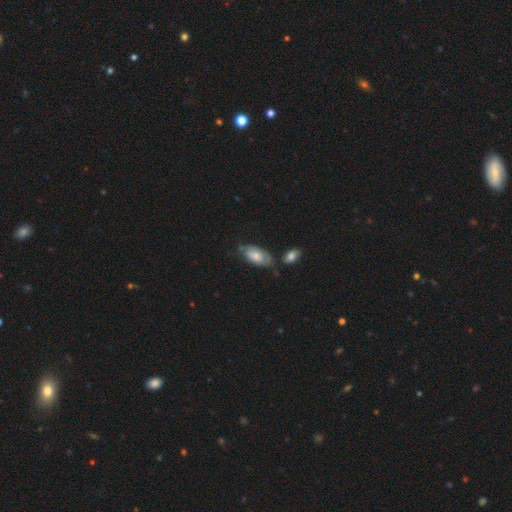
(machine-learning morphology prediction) smooth-or-featured: smooth: 58% | featured or disk: 35% | star or artifact: 7%
  how-rounded: in between: 92% | cigar-shaped: 5% | round: 3%
  merging: none: 51% | minor disturbance: 27% | merger: 12% | major disturbance: 9%